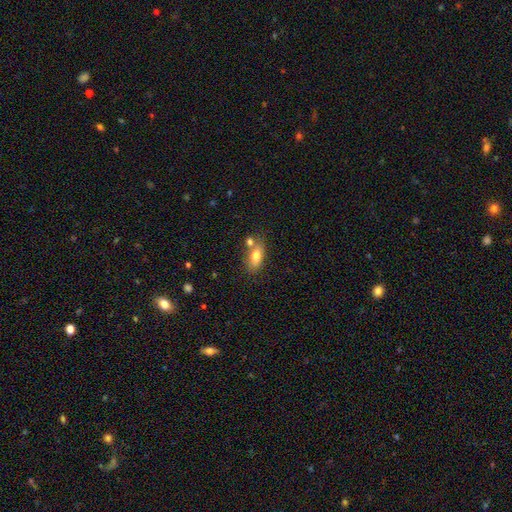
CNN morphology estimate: The model was most divided on "merging": none: 60%, merger: 22%, minor disturbance: 14%, major disturbance: 4%. More confident: how rounded — in between (80%); smooth or featured — smooth (76%).